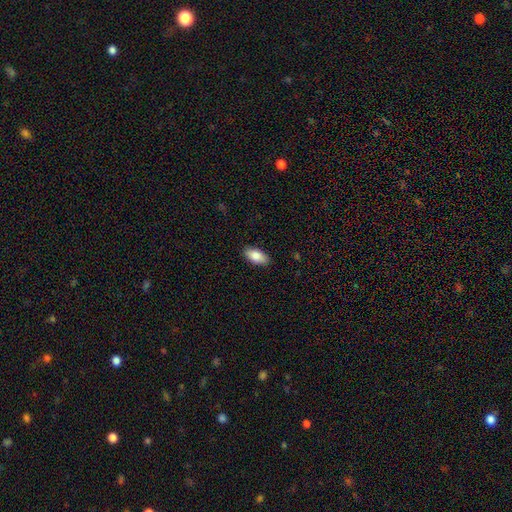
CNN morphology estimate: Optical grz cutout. It shows a smooth galaxy with no disk features (85%) that is in between round and cigar-shaped (91%). Merging: none (88%).